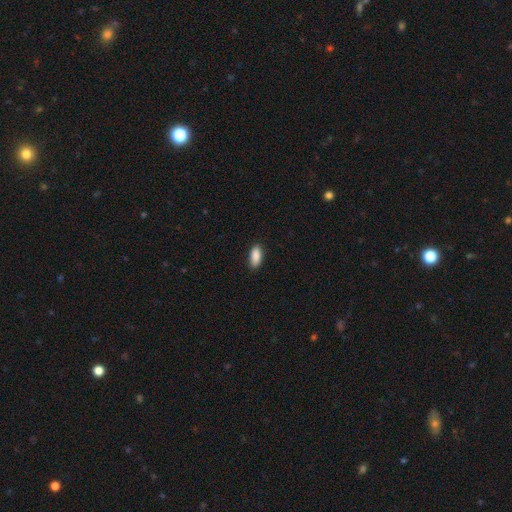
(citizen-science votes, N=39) Overall: smooth (87%). How rounded: in between (85%). Merging: none (91%).